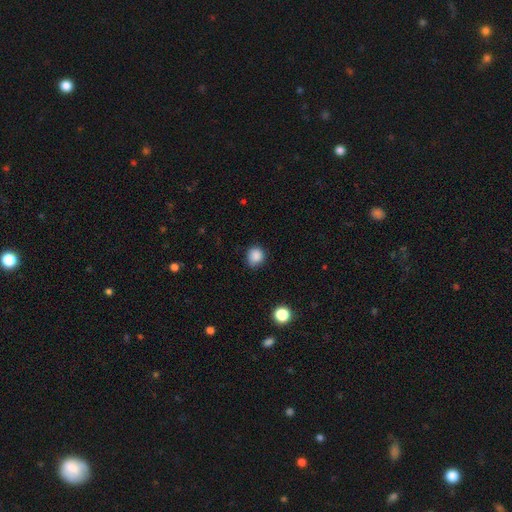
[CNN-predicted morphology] smooth 86%, star or artifact 11%, featured or disk 3%. Down the decision tree: how rounded — round (83%); merging — none (81%).